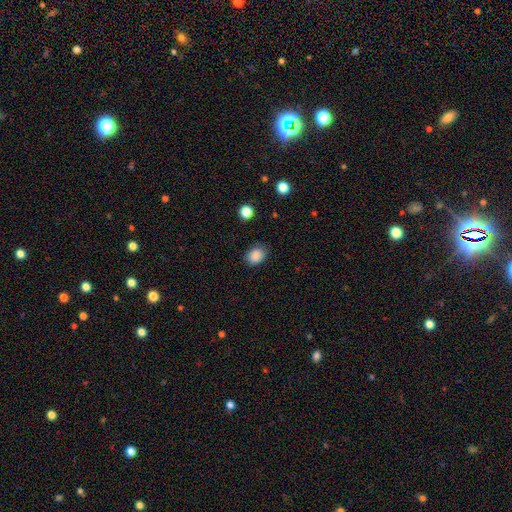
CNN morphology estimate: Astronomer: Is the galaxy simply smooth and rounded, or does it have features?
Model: smooth — 87%.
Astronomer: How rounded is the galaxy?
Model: in between — 58% (runner-up: round, 41%).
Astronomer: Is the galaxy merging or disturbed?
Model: none — 79%.